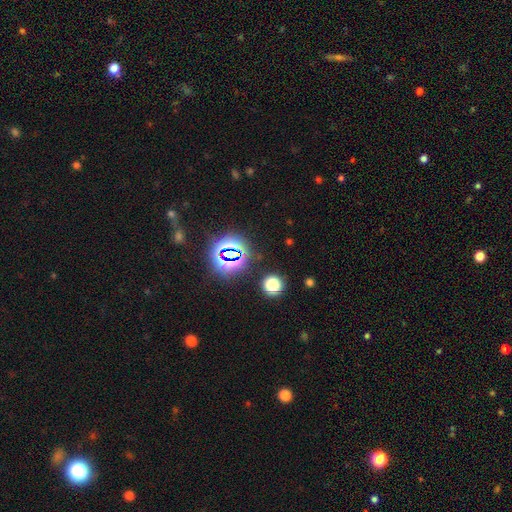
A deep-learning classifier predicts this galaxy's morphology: Smooth or featured? star or artifact (70%)